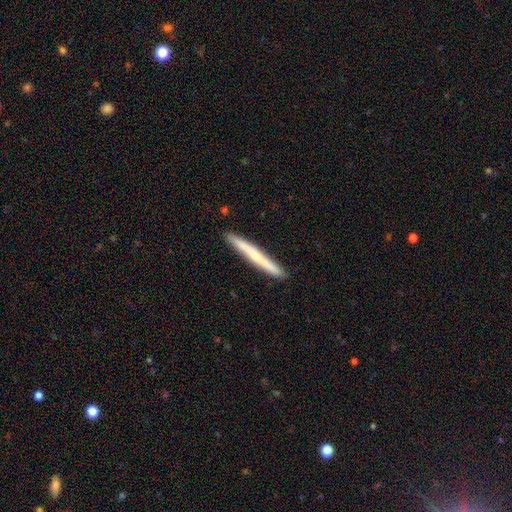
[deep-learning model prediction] smooth_or_featured: smooth (p=0.51) [alt: featured or disk p=0.43]
how_rounded: cigar-shaped (p=0.97) [alt: in between p=0.02]
merging: none (p=0.91) [alt: minor disturbance p=0.06]